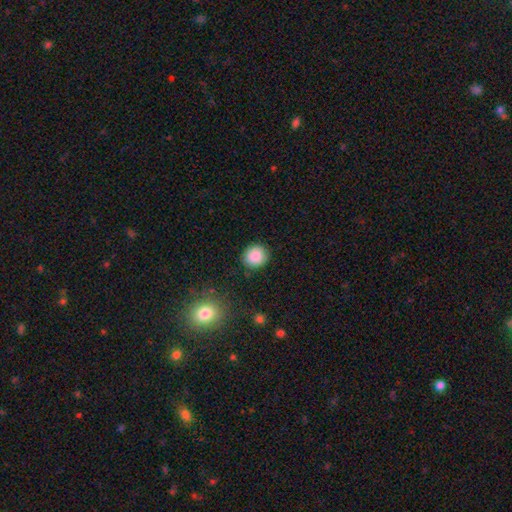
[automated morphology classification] A smooth galaxy with no disk features (88%) that is round (84%).

Vote fractions:
- Smooth or featured? smooth: 88% / star or artifact: 8% / featured or disk: 4%
- How rounded? round: 84% / in between: 15% / cigar-shaped: 1%
- Merging? none: 87% / minor disturbance: 9% / major disturbance: 3% / merger: 1%